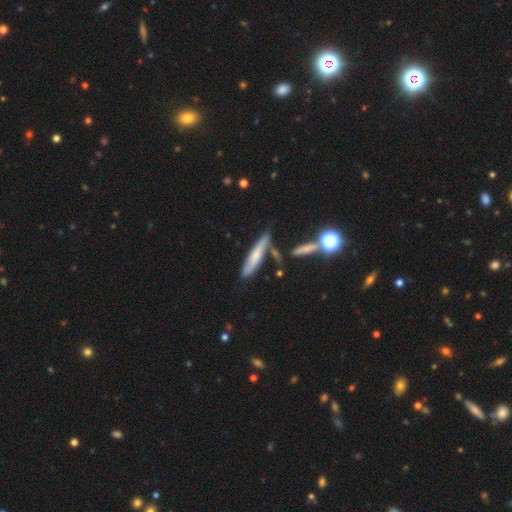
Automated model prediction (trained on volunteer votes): smooth-or-featured: smooth: 56% | featured or disk: 36% | star or artifact: 8%
  how-rounded: cigar-shaped: 84% | in between: 14% | round: 2%
  merging: none: 65% | minor disturbance: 19% | merger: 12% | major disturbance: 5%